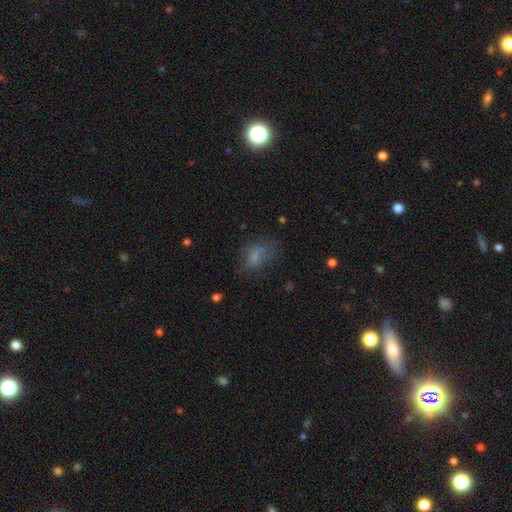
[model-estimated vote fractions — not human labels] Q: Smooth or featured?
A: smooth (63%); runner-up: featured or disk (20%)
Q: How rounded?
A: in between (76%); runner-up: round (20%)
Q: Merging?
A: none (49%); runner-up: minor disturbance (23%)